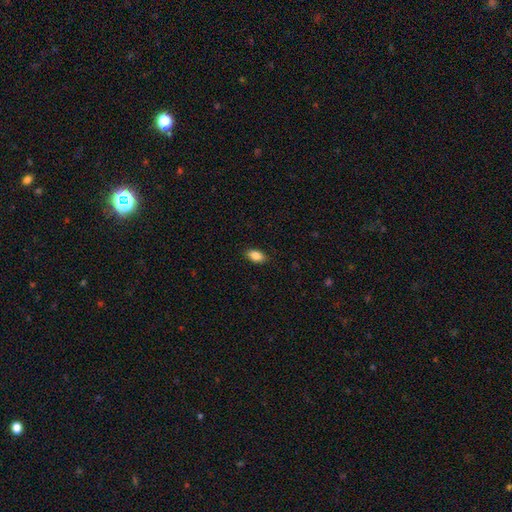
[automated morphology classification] A smooth galaxy with no disk features (87%) that is in between round and cigar-shaped (90%). Merging: none (87%).